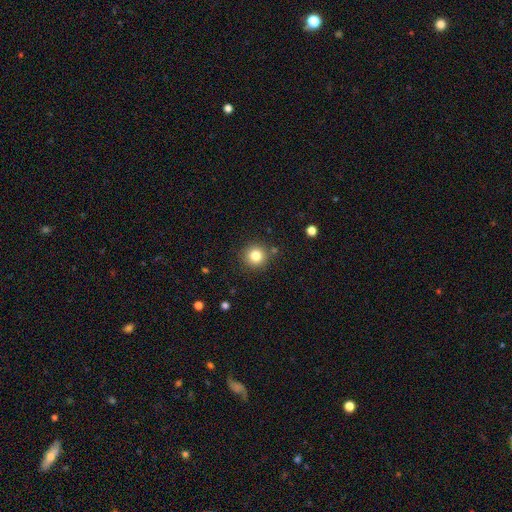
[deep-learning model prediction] Overall: smooth (82%). How rounded: round (94%). Merging: none (87%).